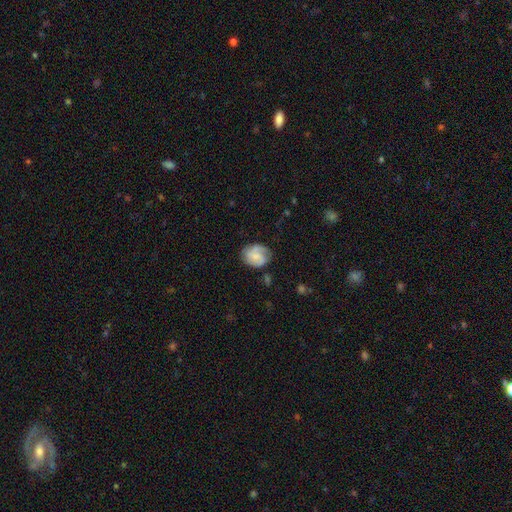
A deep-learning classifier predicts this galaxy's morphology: featured or disk 48%, smooth 45%, star or artifact 7%. Down the decision tree: merging — none (64%).